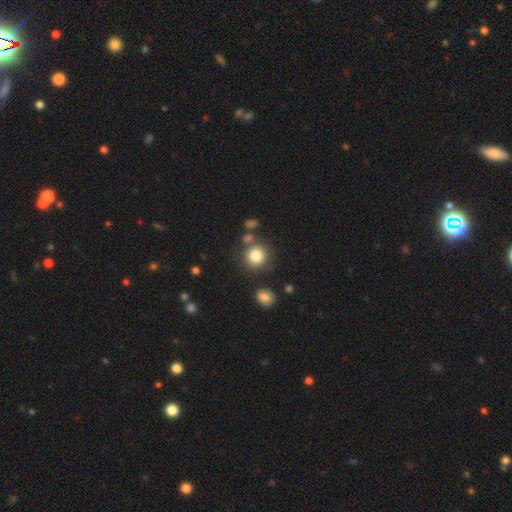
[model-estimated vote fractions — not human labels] Overall: smooth (82%). How rounded: round (89%). Merging: none (75%).